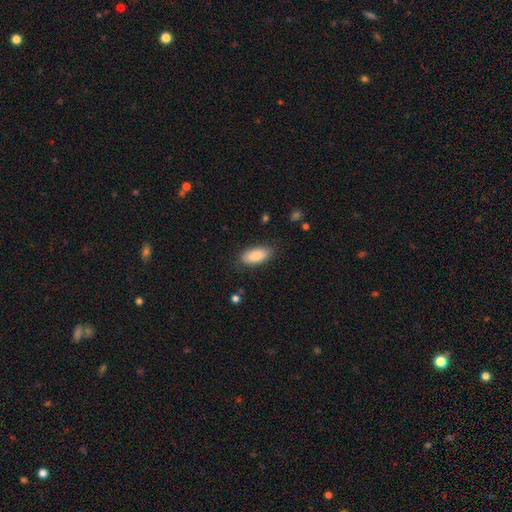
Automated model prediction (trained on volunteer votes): The model was most divided on "merging": none: 82%, minor disturbance: 13%, major disturbance: 3%, merger: 1%. More confident: how rounded — in between (91%); smooth or featured — smooth (85%).